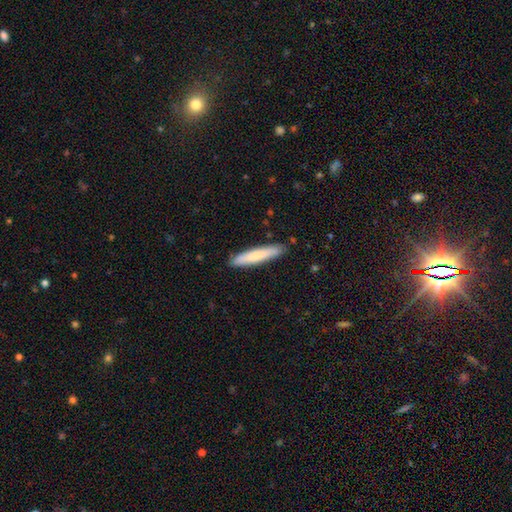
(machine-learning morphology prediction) Overall: smooth (74%). How rounded: cigar-shaped (91%). Merging: none (89%).